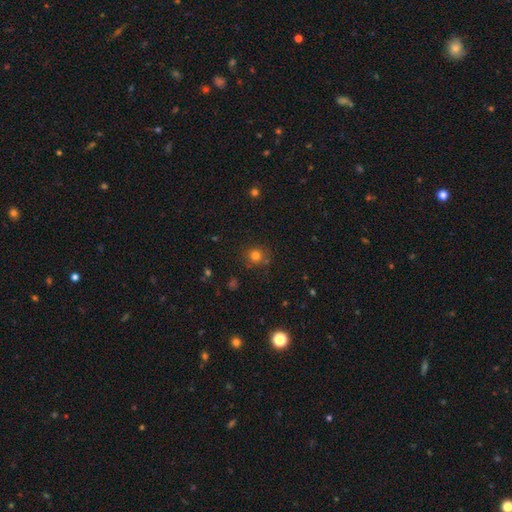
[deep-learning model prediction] This appears to be a smooth galaxy with no disk features (77%) that is round (90%). Merging: none (79%).